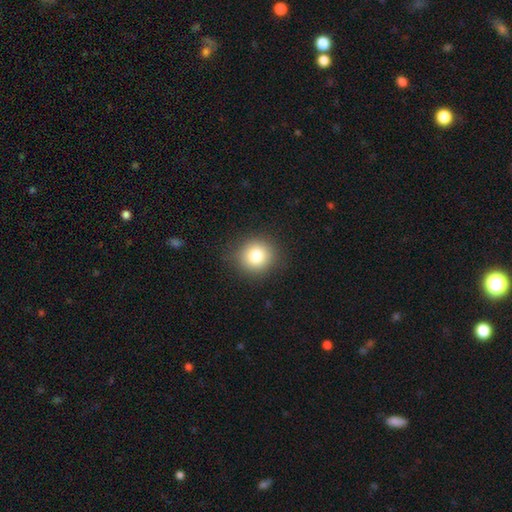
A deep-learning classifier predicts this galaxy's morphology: The model was most divided on "smooth or featured": smooth: 82%, star or artifact: 11%, featured or disk: 8%. More confident: how rounded — round (91%); merging — none (88%).